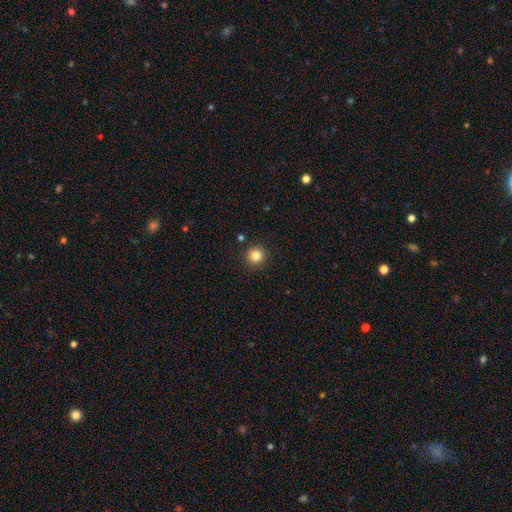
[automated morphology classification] Smooth or featured? smooth (83%)
How rounded? round (95%)
Merging? none (91%)